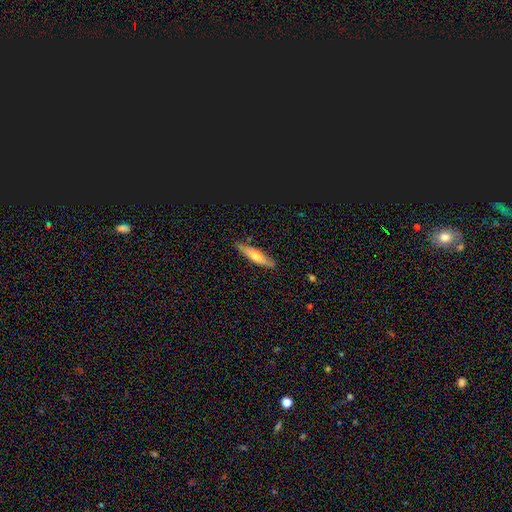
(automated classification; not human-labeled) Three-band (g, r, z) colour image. It shows a smooth galaxy with no disk features (54%) that is cigar-shaped (79%). Merging: none (84%).